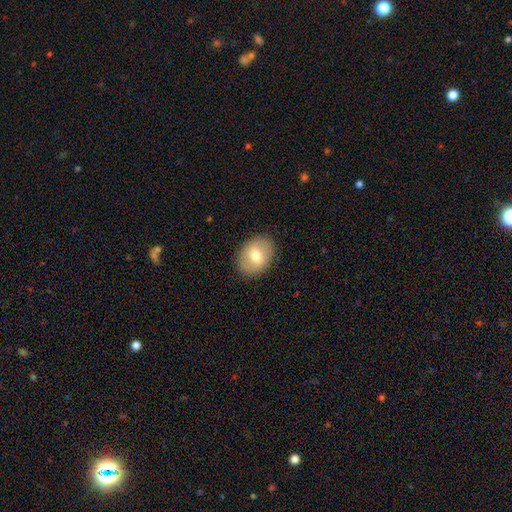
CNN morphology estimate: Smooth or featured? Predicted: smooth (p=0.69). How rounded? Predicted: in between (p=0.62). Merging? Predicted: none (p=0.88).